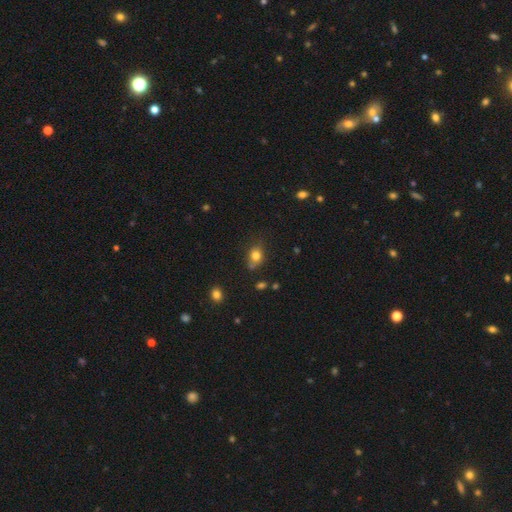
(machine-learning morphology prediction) This appears to be a smooth galaxy with no disk features (80%) that is round (54%). Merging: none (64%).